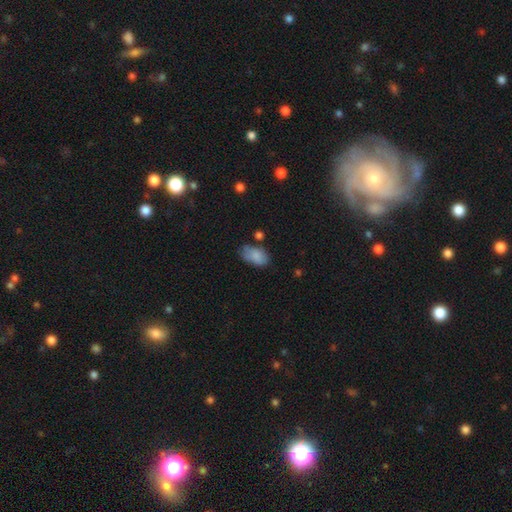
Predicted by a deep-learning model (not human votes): This is clearly a smooth galaxy (82%). How rounded: clearly in between (92%). Merging: possibly none (54%).